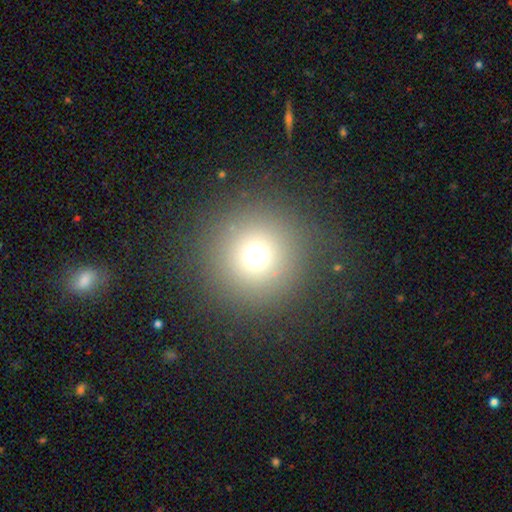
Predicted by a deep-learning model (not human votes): smooth_or_featured: smooth (p=0.69) [alt: star or artifact p=0.22]
how_rounded: round (p=0.96) [alt: in between p=0.03]
merging: none (p=0.88) [alt: minor disturbance p=0.06]